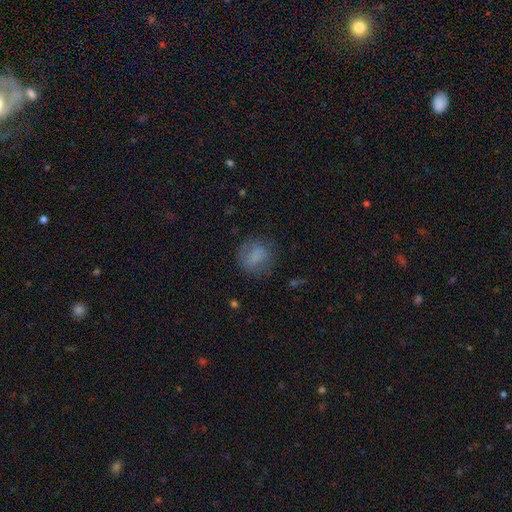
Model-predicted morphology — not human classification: Smooth or featured?
  - smooth: 74% *
  - featured or disk: 15%
  - star or artifact: 11%
How rounded?
  - round: 75% *
  - in between: 24%
  - cigar-shaped: 1%
Merging?
  - none: 71% *
  - minor disturbance: 18%
  - major disturbance: 9%
  - merger: 2%